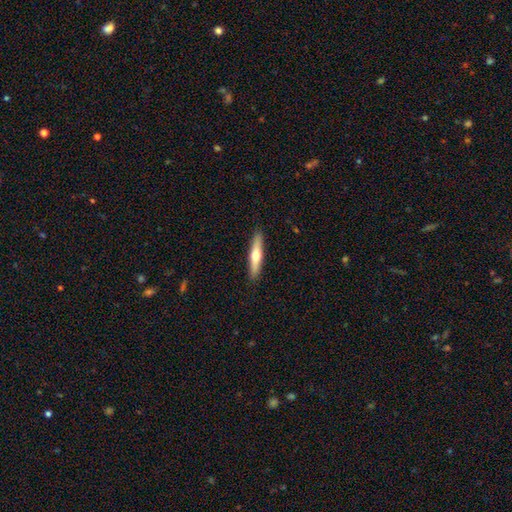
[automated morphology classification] Smooth or featured: smooth — 49% (featured or disk — 46%)
Merging: none — 91% (minor disturbance — 7%)